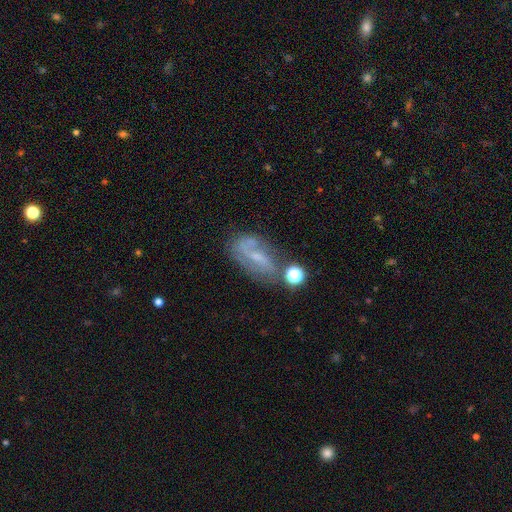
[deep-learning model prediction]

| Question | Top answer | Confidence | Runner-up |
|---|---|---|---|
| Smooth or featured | featured or disk | 67% | smooth (22%) |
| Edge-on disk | no | 92% | yes (8%) |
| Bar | weak | 45% | no (30%) |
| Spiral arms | yes | 82% | no (18%) |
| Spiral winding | medium | 39% | loose (38%) |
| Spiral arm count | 2 | 68% | can't tell (16%) |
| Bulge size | small | 60% | moderate (19%) |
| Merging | none | 56% | minor disturbance (21%) |